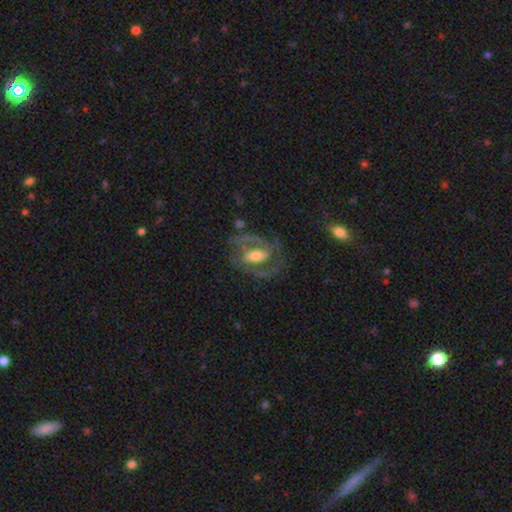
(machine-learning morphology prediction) This appears to be a featured or disk galaxy (84%) with a strong bar (42%), 2 (85%) medium (56%) spiral arms (92%) and a moderate central bulge (58%). Merging: none (70%).